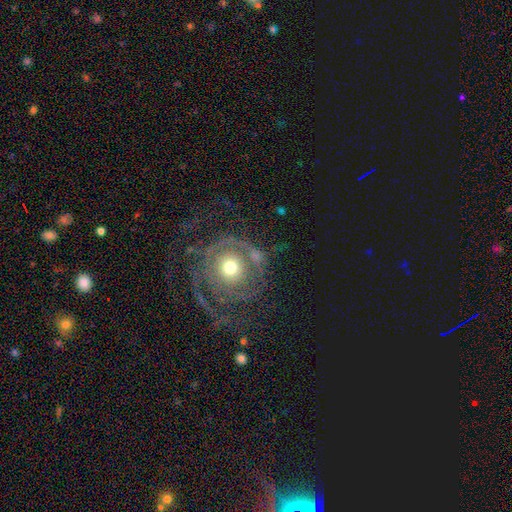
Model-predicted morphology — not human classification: type=featured or disk (70%); edge-on=no (97%); bar=no (86%); spiral arms=yes (72%); bulge=moderate (65%); merging=none (54%).